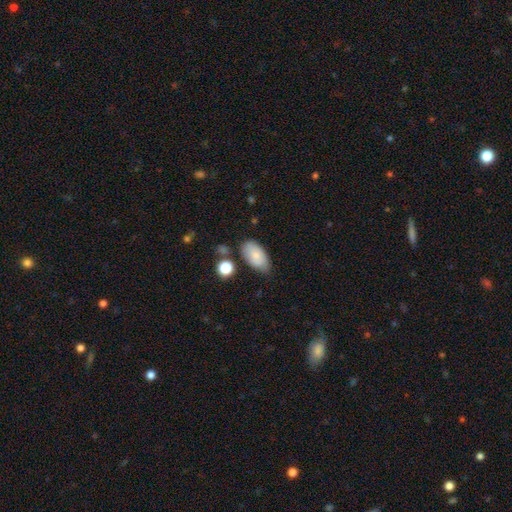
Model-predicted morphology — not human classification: smooth_or_featured: smooth (p=0.81) [alt: featured or disk p=0.12]
how_rounded: in between (p=0.94) [alt: round p=0.04]
merging: none (p=0.68) [alt: minor disturbance p=0.23]